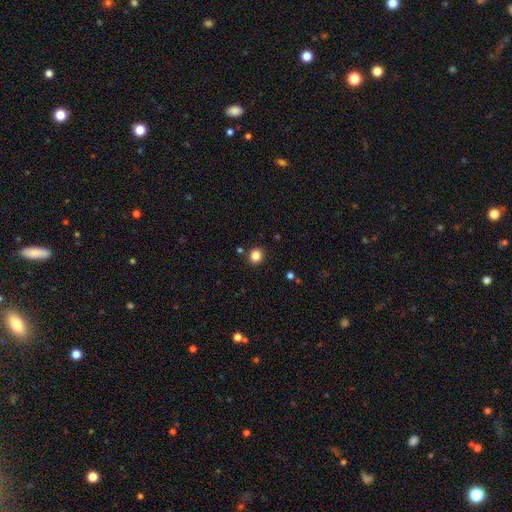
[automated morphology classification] This appears to be a smooth galaxy with no disk features (84%) that is round (81%). Merging: none (88%).